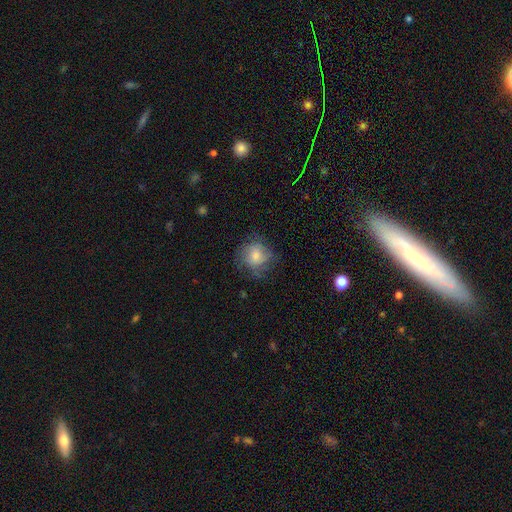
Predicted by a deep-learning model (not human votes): Smooth or featured? smooth (60%)
How rounded? round (83%)
Merging? none (63%)